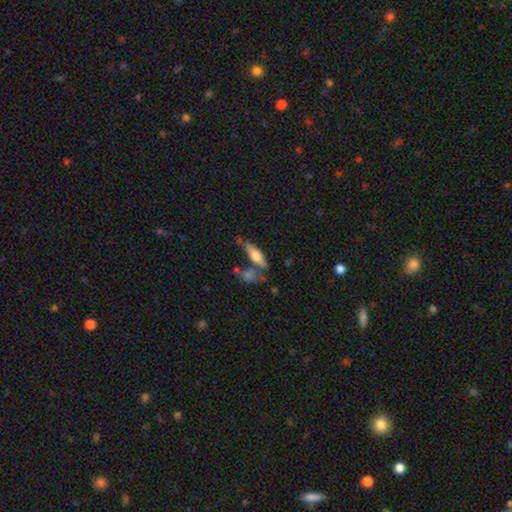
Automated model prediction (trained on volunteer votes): This appears to be a smooth galaxy with no disk features (59%) that is in between round and cigar-shaped (50%). Merging: none (51%).